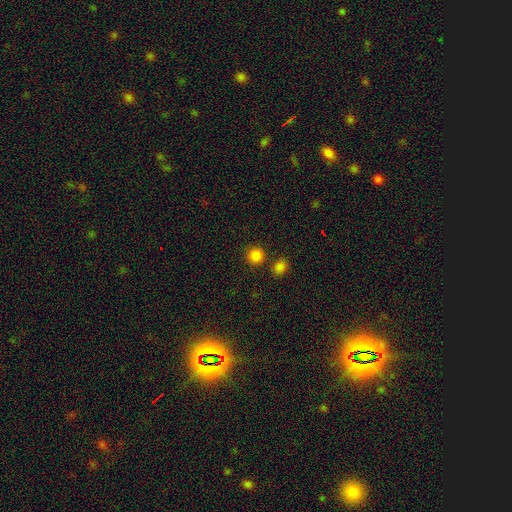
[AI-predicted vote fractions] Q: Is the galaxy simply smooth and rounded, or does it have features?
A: smooth — 84%.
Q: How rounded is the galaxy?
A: round — 93%.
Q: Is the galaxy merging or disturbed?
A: none — 82%.